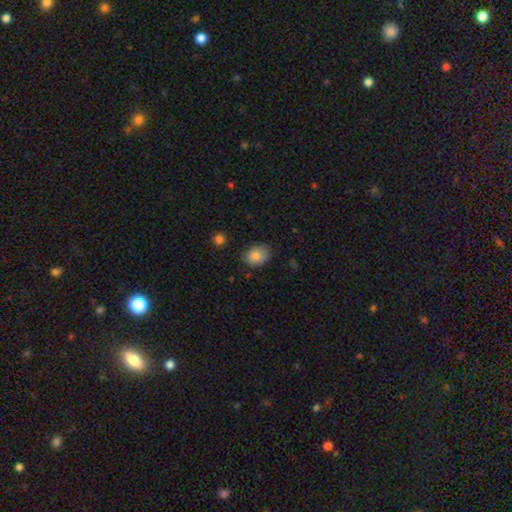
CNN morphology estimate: Smooth or featured?
  - smooth: 85% *
  - star or artifact: 8%
  - featured or disk: 7%
How rounded?
  - in between: 66% *
  - round: 33%
  - cigar-shaped: 1%
Merging?
  - none: 78% *
  - minor disturbance: 17%
  - major disturbance: 3%
  - merger: 2%